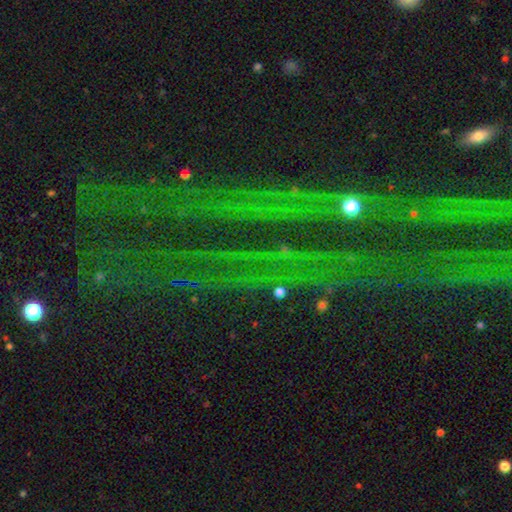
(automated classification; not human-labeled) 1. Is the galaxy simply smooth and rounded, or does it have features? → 79% star or artifact, 13% featured or disk, 9% smooth.